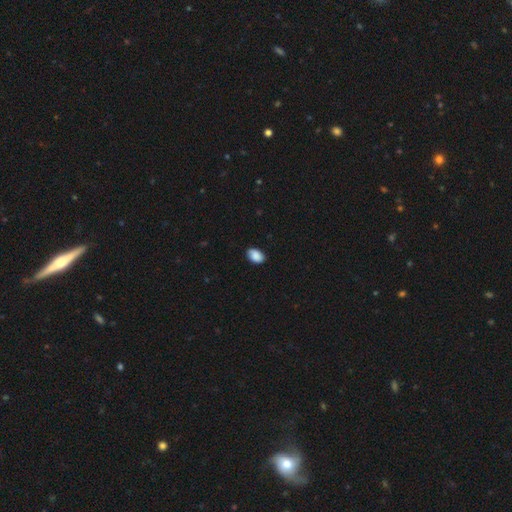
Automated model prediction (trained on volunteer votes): Morphology: type=smooth (89%); roundness=in between (89%); merging=none (86%).